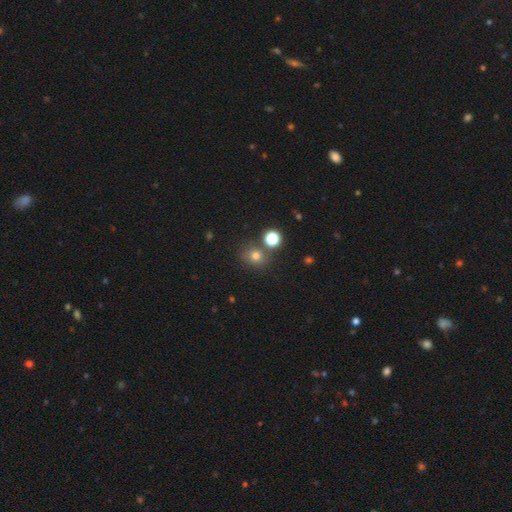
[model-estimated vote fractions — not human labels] Smooth or featured?
  - smooth: 73% *
  - star or artifact: 19%
  - featured or disk: 7%
How rounded?
  - round: 78% *
  - in between: 21%
  - cigar-shaped: 1%
Merging?
  - none: 74% *
  - merger: 12%
  - minor disturbance: 10%
  - major disturbance: 3%